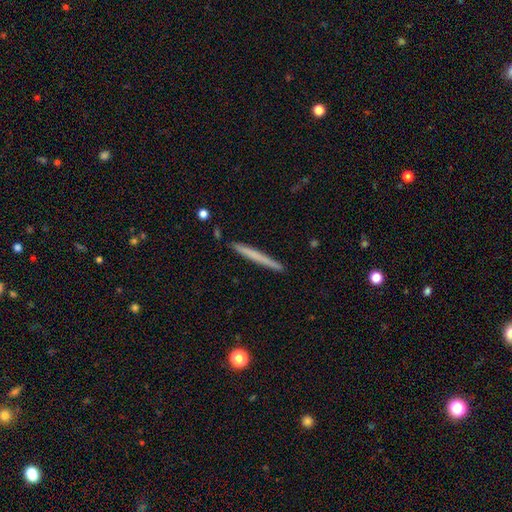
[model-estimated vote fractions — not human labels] A smooth galaxy with no disk features (61%) that is cigar-shaped (97%). Merging: none (92%).